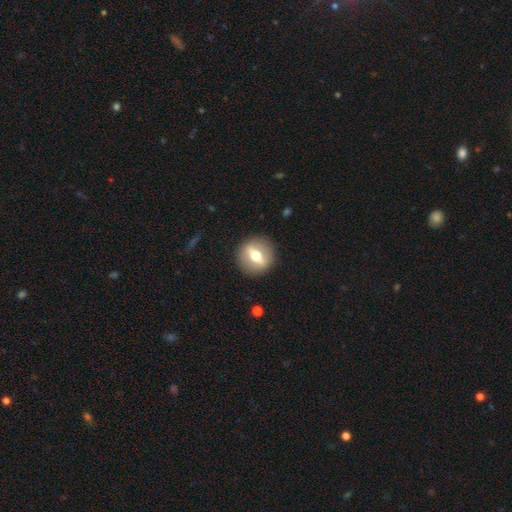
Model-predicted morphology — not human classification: Smooth or featured?
  - featured or disk: 56% *
  - smooth: 36%
  - star or artifact: 8%
Edge-on disk?
  - no: 56% *
  - yes: 44%
Merging?
  - none: 90% *
  - minor disturbance: 6%
  - major disturbance: 3%
  - merger: 1%